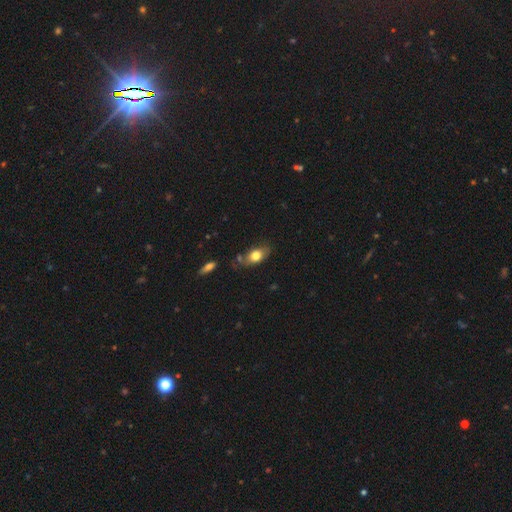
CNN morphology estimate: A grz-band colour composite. It shows a smooth galaxy with no disk features (74%) that is in between round and cigar-shaped (81%). Merging: none (62%).